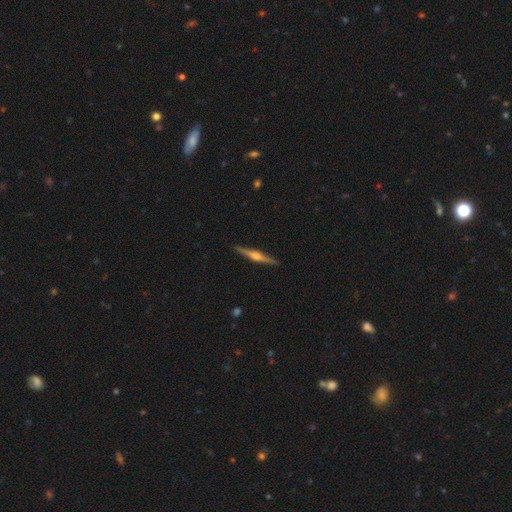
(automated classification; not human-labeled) Smooth or featured?
  - featured or disk: 79% *
  - smooth: 16%
  - star or artifact: 5%
Edge-on disk?
  - yes: 98% *
  - no: 2%
Edge-on bulge?
  - rounded: 86% *
  - boxy: 10%
  - none: 5%
Merging?
  - none: 92% *
  - minor disturbance: 6%
  - major disturbance: 1%
  - merger: 1%